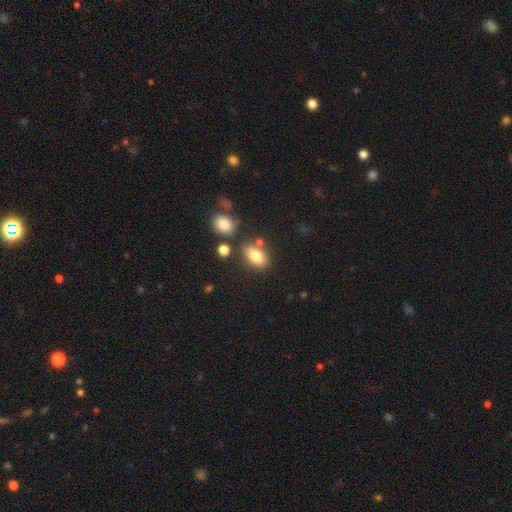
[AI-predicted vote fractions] This is likely a smooth galaxy (79%). How rounded: clearly in between (83%). Merging: likely none (72%).